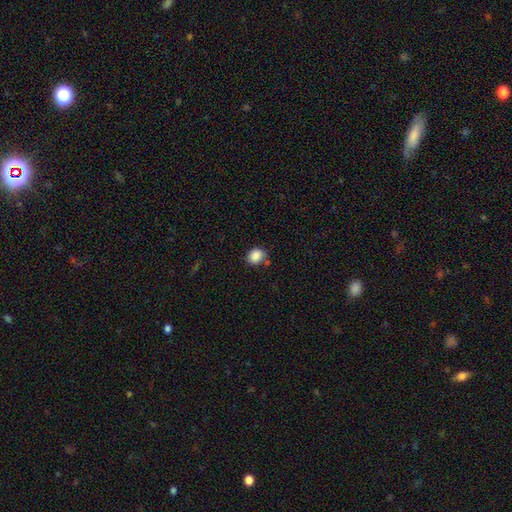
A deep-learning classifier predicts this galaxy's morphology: This appears to be a smooth galaxy with no disk features (87%) that is round (57%). Merging: none (71%).